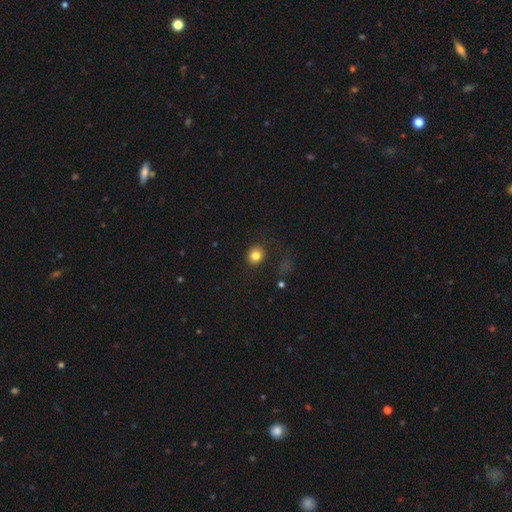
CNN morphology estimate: smooth-or-featured: smooth: 81% | star or artifact: 12% | featured or disk: 7%
  how-rounded: round: 77% | in between: 22% | cigar-shaped: 1%
  merging: none: 83% | minor disturbance: 11% | major disturbance: 5% | merger: 2%